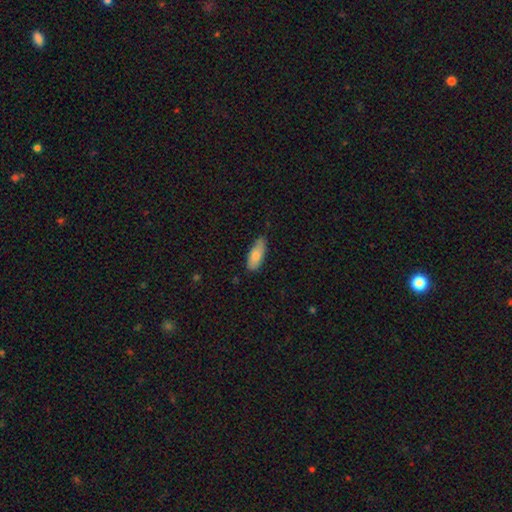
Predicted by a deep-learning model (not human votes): This appears to be a smooth galaxy with no disk features (81%) that is in between round and cigar-shaped (76%). Merging: none (67%).